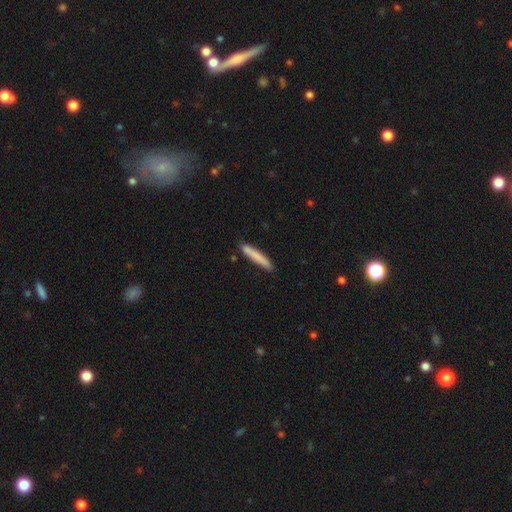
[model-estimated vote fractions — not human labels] Smooth or featured? Predicted: smooth (p=0.80). How rounded? Predicted: cigar-shaped (p=0.95). Merging? Predicted: none (p=0.86).